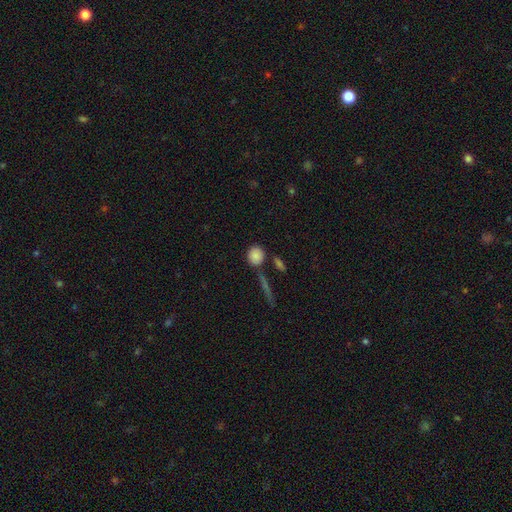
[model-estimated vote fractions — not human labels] Smooth or featured? smooth (85%)
How rounded? round (80%)
Merging? none (74%)